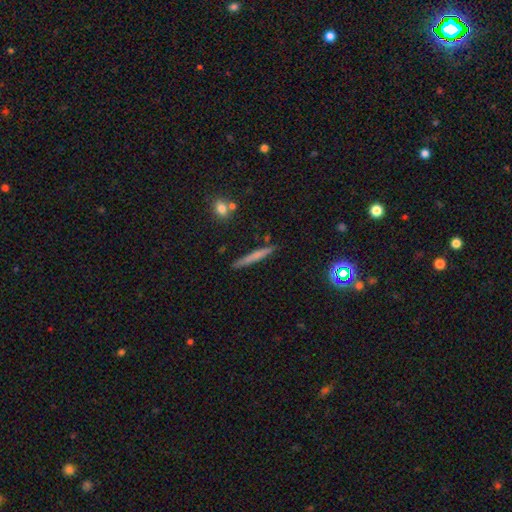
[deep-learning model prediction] The model was most divided on "smooth or featured": smooth: 60%, featured or disk: 32%, star or artifact: 9%. More confident: how rounded — cigar-shaped (95%); merging — none (87%).